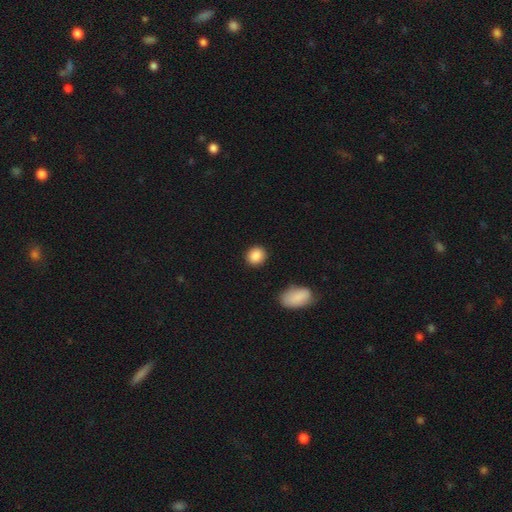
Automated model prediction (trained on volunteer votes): A smooth galaxy with no disk features (88%) that is round (78%).

Vote fractions:
- Smooth or featured? smooth: 88% / star or artifact: 8% / featured or disk: 4%
- How rounded? round: 78% / in between: 21% / cigar-shaped: 1%
- Merging? none: 89% / minor disturbance: 7% / major disturbance: 2% / merger: 2%